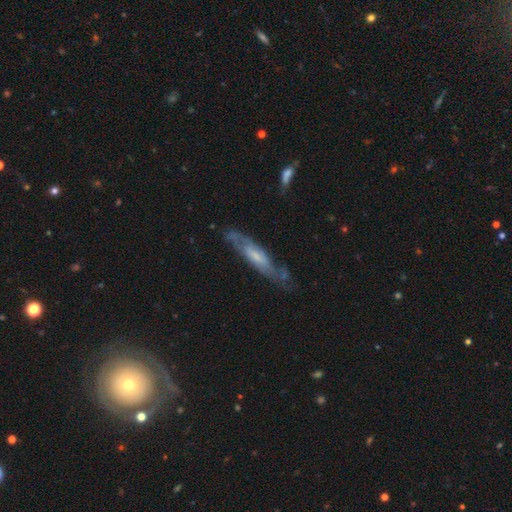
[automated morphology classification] A featured or disk galaxy (67%). Merging: none (67%).